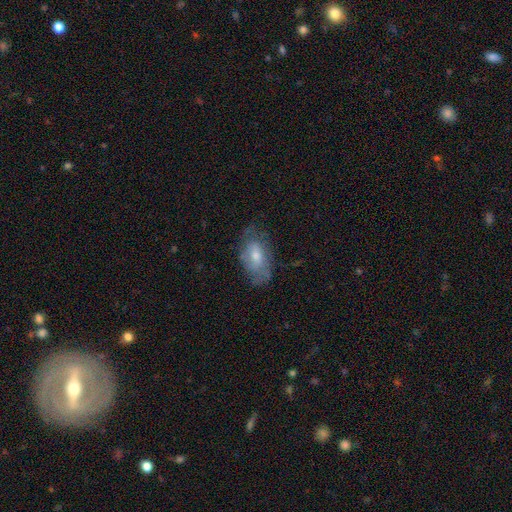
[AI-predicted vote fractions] smooth_or_featured: featured or disk (p=0.46) [tied with: smooth p=0.46]
merging: none (p=0.63) [alt: minor disturbance p=0.25]